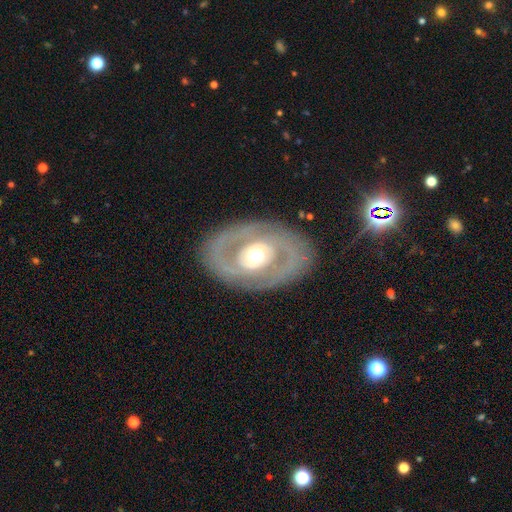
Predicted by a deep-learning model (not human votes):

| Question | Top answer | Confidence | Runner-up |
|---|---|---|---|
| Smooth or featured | featured or disk | 77% | smooth (18%) |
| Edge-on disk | no | 94% | yes (6%) |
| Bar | no | 69% | weak (22%) |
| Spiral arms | yes | 52% | no (48%) |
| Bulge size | moderate | 64% | large (26%) |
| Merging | none | 82% | minor disturbance (10%) |